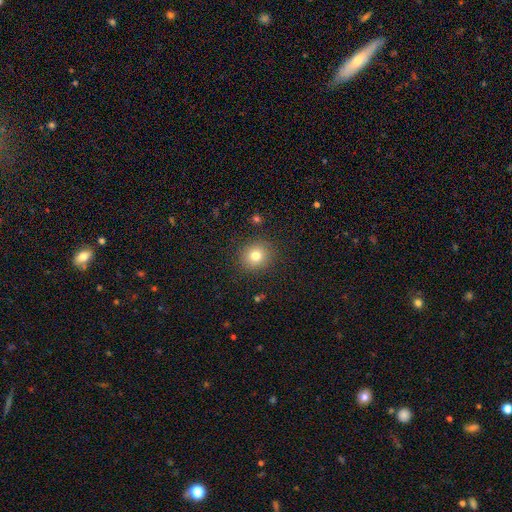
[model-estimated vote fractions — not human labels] The model was most divided on "smooth or featured": smooth: 79%, star or artifact: 12%, featured or disk: 9%. More confident: merging — none (88%); how rounded — round (83%).